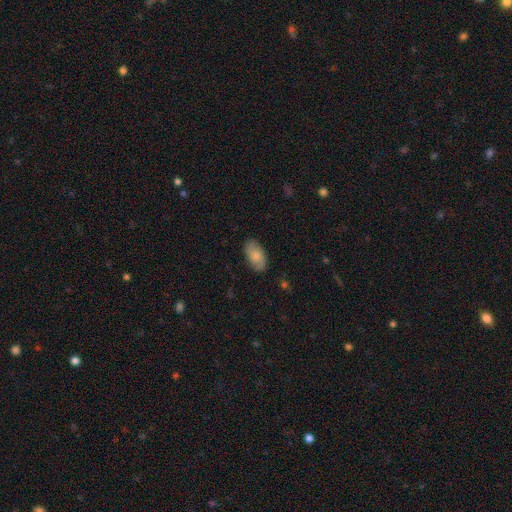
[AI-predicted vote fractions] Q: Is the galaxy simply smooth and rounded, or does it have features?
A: smooth — 75%.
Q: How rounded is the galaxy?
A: in between — 94%.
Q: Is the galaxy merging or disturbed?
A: none — 83%.